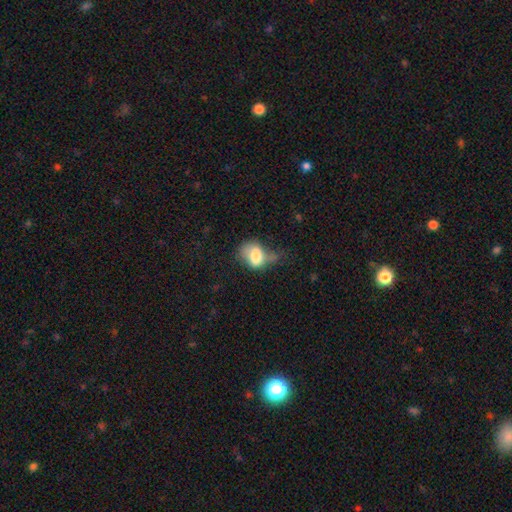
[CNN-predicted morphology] Smooth or featured? smooth (70%)
How rounded? in between (71%)
Merging? major disturbance (34%)